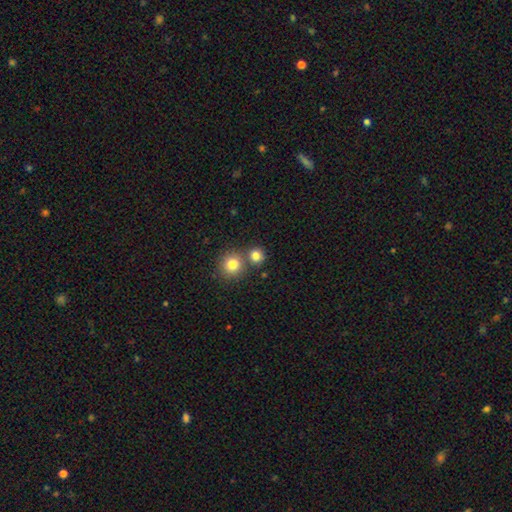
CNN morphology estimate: The model was most divided on "merging": none: 68%, merger: 24%, minor disturbance: 6%, major disturbance: 2%. More confident: how rounded — round (90%); smooth or featured — smooth (82%).